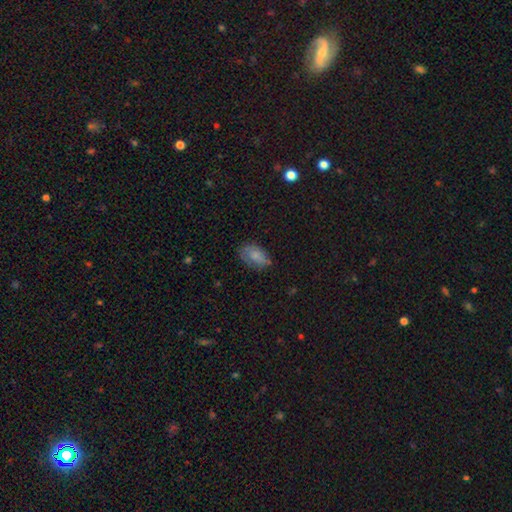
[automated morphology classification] This appears to be a smooth galaxy with no disk features (74%) that is in between round and cigar-shaped (90%). Merging: none (63%).